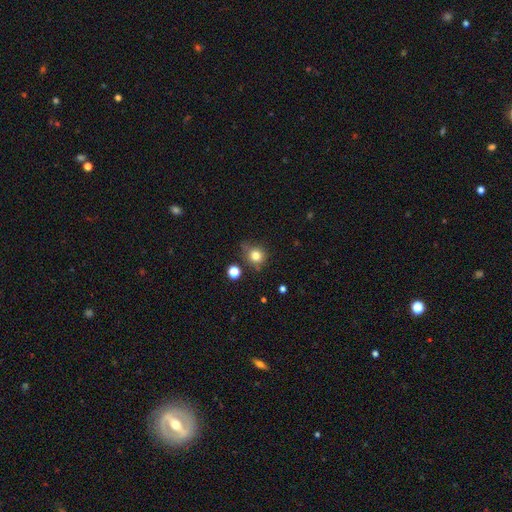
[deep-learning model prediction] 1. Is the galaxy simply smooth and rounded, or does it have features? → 80% smooth, 13% star or artifact, 8% featured or disk.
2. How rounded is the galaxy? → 87% round, 12% in between, 1% cigar-shaped.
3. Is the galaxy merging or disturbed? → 68% none, 21% minor disturbance, 6% major disturbance, 5% merger.